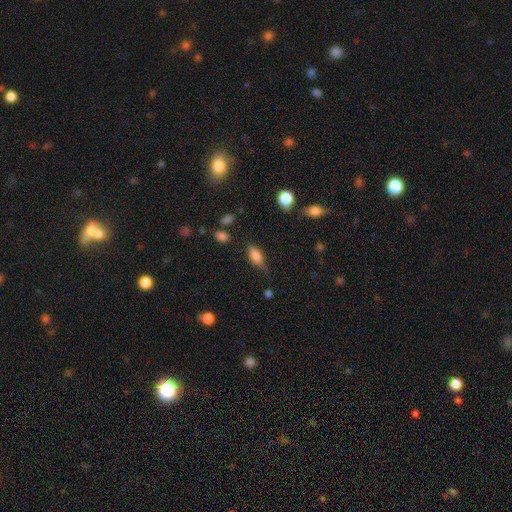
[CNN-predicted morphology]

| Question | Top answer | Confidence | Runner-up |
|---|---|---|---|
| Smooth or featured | smooth | 81% | featured or disk (11%) |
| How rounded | in between | 86% | cigar-shaped (9%) |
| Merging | none | 65% | minor disturbance (26%) |